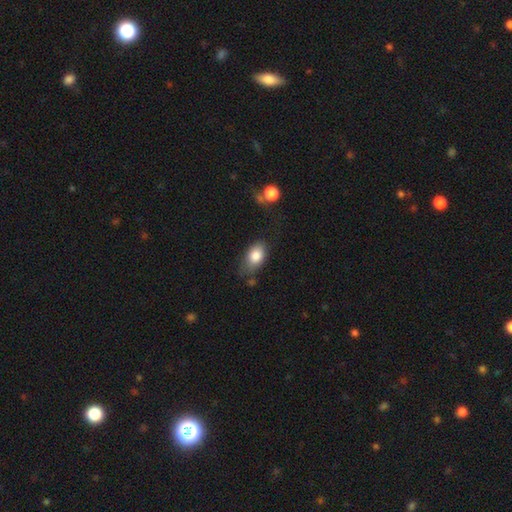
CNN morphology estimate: This appears to be a smooth galaxy with no disk features (82%) that is in between round and cigar-shaped (88%). Merging: none (59%).